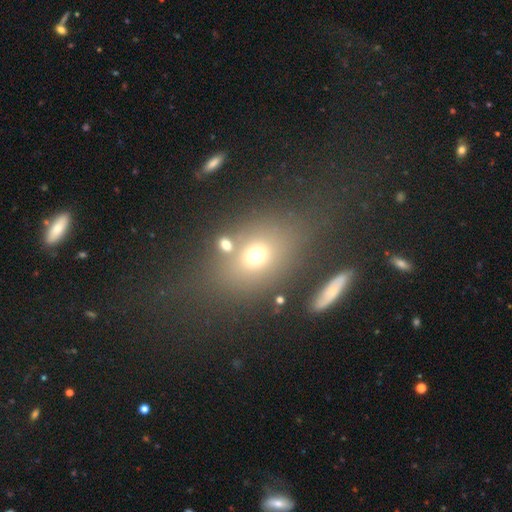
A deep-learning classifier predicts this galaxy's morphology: A smooth galaxy with no disk features (67%) that is in between round and cigar-shaped (56%). Merging: none (69%).